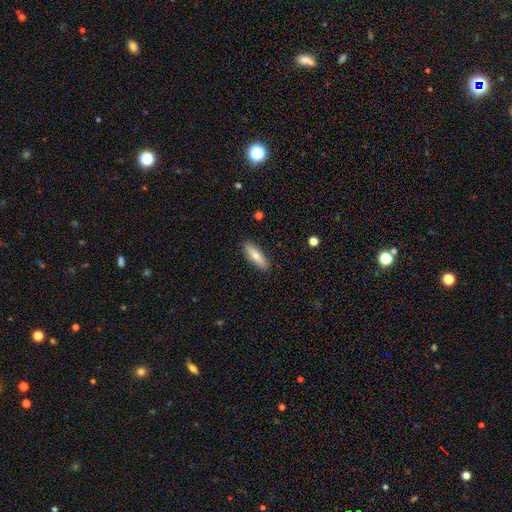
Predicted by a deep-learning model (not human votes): Q: Smooth or featured?
A: smooth (75%); runner-up: featured or disk (19%)
Q: How rounded?
A: cigar-shaped (56%); runner-up: in between (42%)
Q: Merging?
A: none (89%); runner-up: minor disturbance (8%)